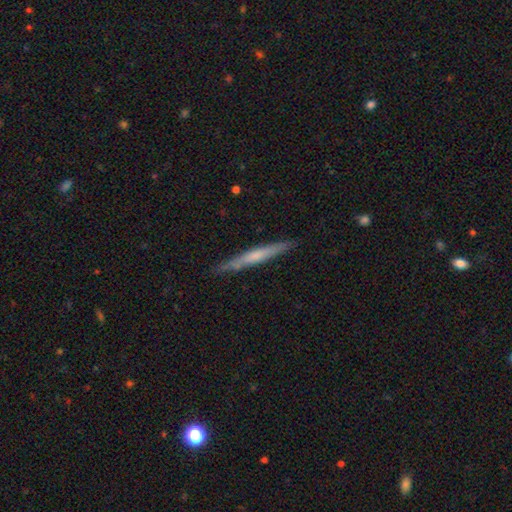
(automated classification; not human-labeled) featured or disk 49%, smooth 45%, star or artifact 6%. Down the decision tree: merging — none (87%).